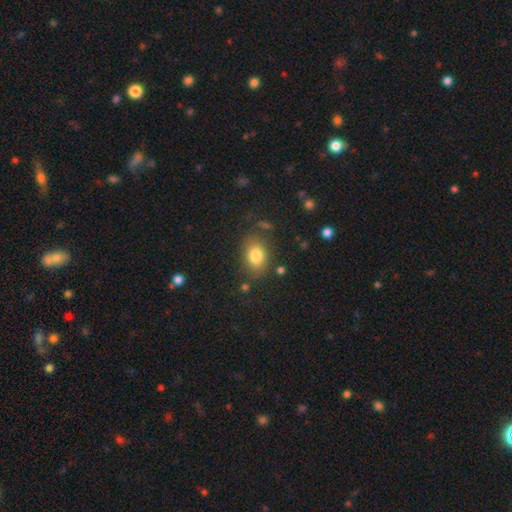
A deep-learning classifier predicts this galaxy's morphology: The model was most divided on "how rounded": in between: 72%, round: 27%, cigar-shaped: 1%. More confident: smooth or featured — smooth (81%); merging — none (76%).